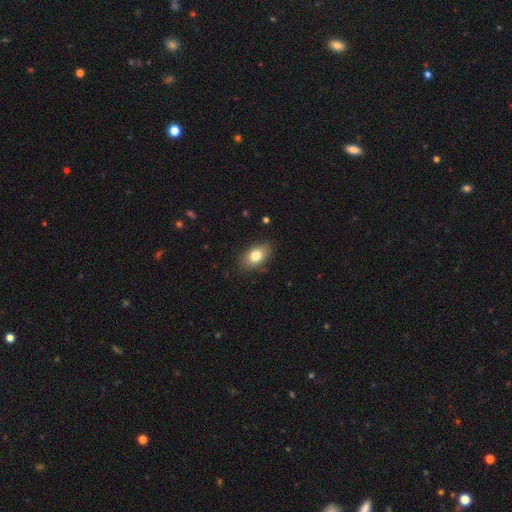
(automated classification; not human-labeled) This is likely a smooth galaxy (80%). How rounded: clearly in between (89%). Merging: clearly none (85%).